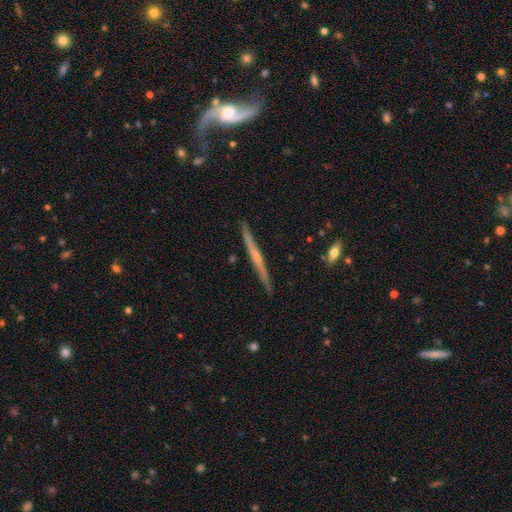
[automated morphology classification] The model was most divided on "edge-on bulge": none: 50%, rounded: 42%, boxy: 8%. More confident: edge-on disk — yes (98%); merging — none (90%); smooth or featured — featured or disk (69%).